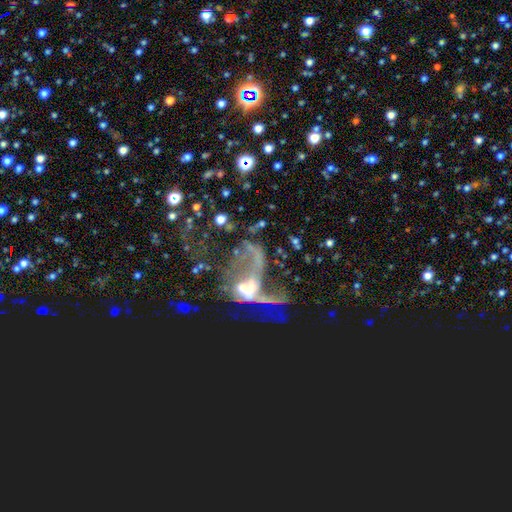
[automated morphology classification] Smooth or featured?
  - featured or disk: 68% *
  - smooth: 16%
  - star or artifact: 16%
Edge-on disk?
  - no: 95% *
  - yes: 5%
Bar?
  - no: 68% *
  - weak: 22%
  - strong: 10%
Spiral arms?
  - no: 59% *
  - yes: 41%
Bulge size?
  - moderate: 41% *
  - none: 21%
  - small: 21%
  - large: 14%
  - dominant: 4%
Merging?
  - major disturbance: 47% *
  - merger: 33%
  - none: 13%
  - minor disturbance: 7%